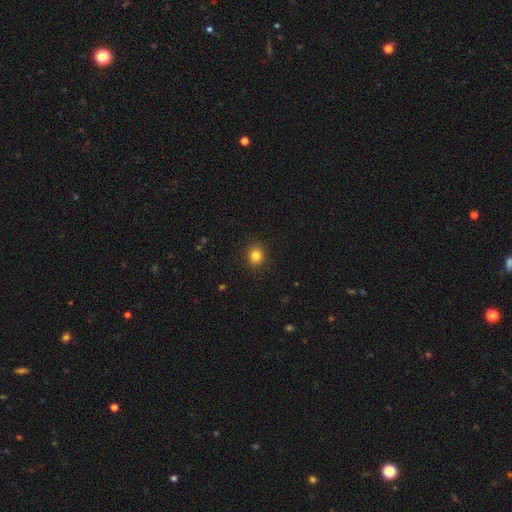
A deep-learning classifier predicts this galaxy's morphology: This is clearly a smooth galaxy (83%). How rounded: clearly round (87%). Merging: clearly none (92%).